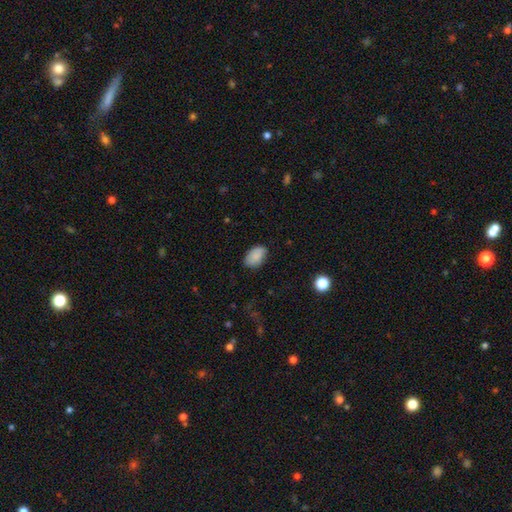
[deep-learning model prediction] Smooth or featured? Predicted: smooth (p=0.87). How rounded? Predicted: in between (p=0.90). Merging? Predicted: none (p=0.76).